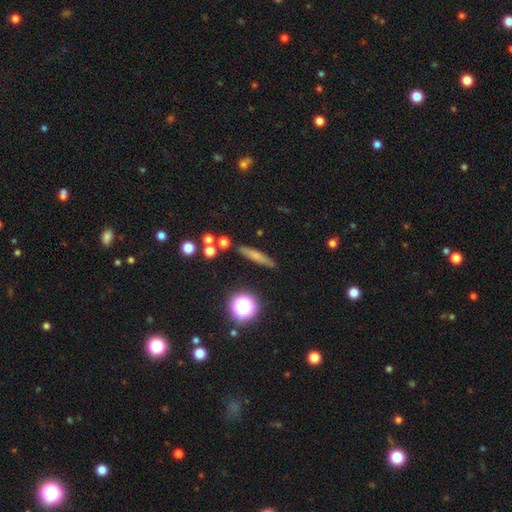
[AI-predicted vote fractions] This is likely a smooth galaxy (63%). How rounded: clearly cigar-shaped (83%). Merging: clearly none (84%).